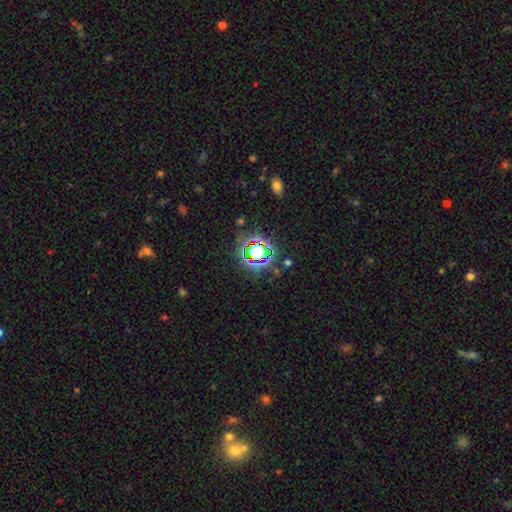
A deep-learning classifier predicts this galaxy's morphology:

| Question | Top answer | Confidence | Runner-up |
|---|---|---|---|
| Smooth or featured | star or artifact | 70% | smooth (19%) |